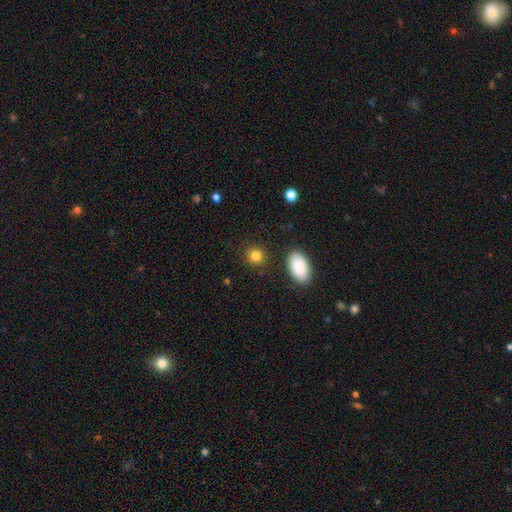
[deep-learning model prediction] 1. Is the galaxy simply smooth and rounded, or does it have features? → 85% smooth, 10% star or artifact, 5% featured or disk.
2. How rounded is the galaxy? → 69% round, 29% in between, 1% cigar-shaped.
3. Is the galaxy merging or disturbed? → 86% none, 8% minor disturbance, 3% merger, 3% major disturbance.